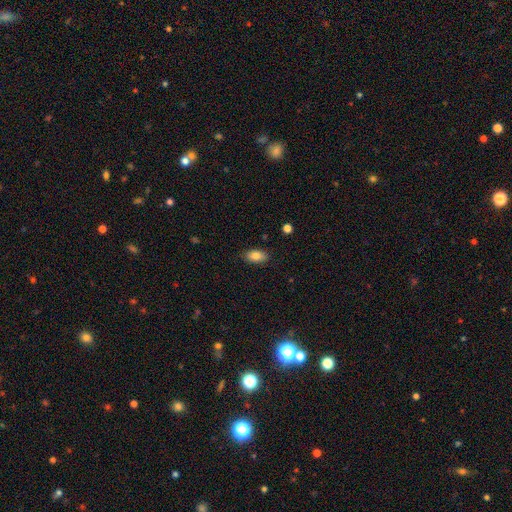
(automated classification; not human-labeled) Overall: smooth (83%). How rounded: in between (91%). Merging: none (86%).